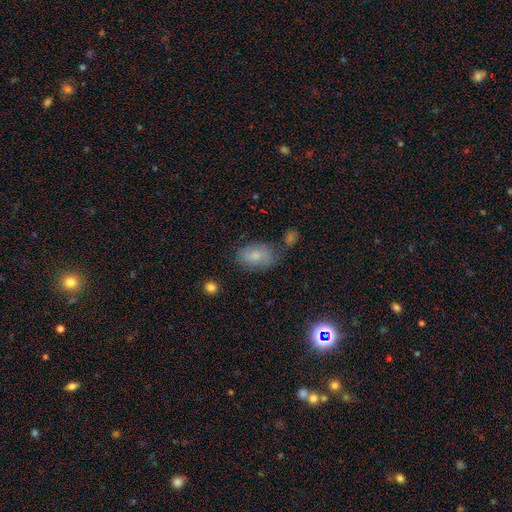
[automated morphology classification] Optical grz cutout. It shows a smooth galaxy with no disk features (77%) that is in between round and cigar-shaped (87%). Merging: none (61%).